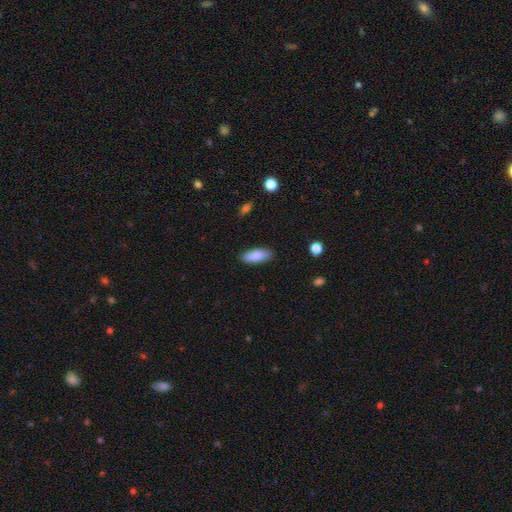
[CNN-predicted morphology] A smooth galaxy with no disk features (88%) that is in between round and cigar-shaped (78%).

Vote fractions:
- Smooth or featured? smooth: 88% / star or artifact: 6% / featured or disk: 6%
- How rounded? in between: 78% / cigar-shaped: 21% / round: 2%
- Merging? none: 87% / minor disturbance: 10% / major disturbance: 2% / merger: 1%